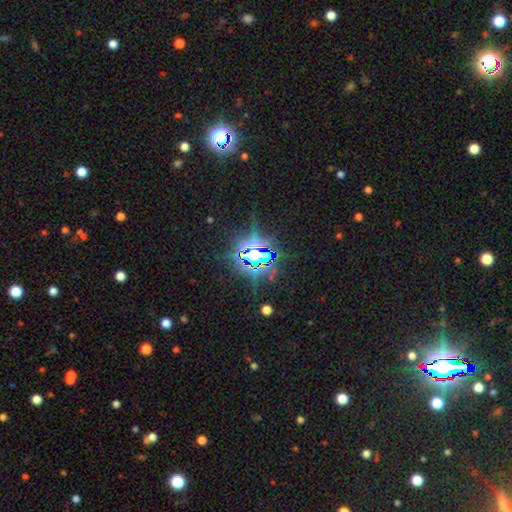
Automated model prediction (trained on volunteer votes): The model was most divided on "smooth or featured": star or artifact: 77%, smooth: 13%, featured or disk: 11%.